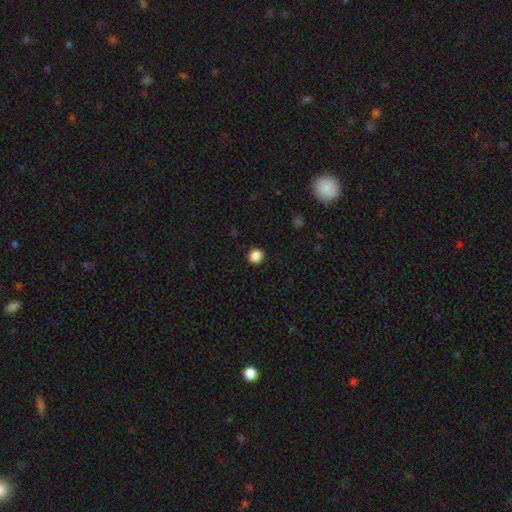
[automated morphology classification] smooth_or_featured: smooth (p=0.86) [alt: star or artifact p=0.11]
how_rounded: round (p=0.82) [alt: in between p=0.17]
merging: none (p=0.90) [alt: minor disturbance p=0.07]